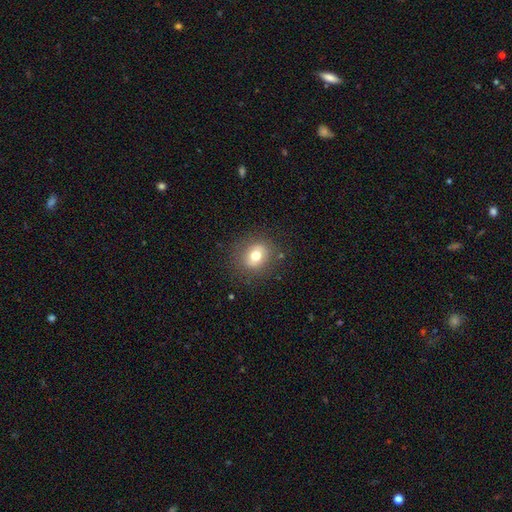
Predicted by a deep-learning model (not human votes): Smooth or featured? Predicted: smooth (p=0.68). How rounded? Predicted: round (p=0.69). Merging? Predicted: none (p=0.83).